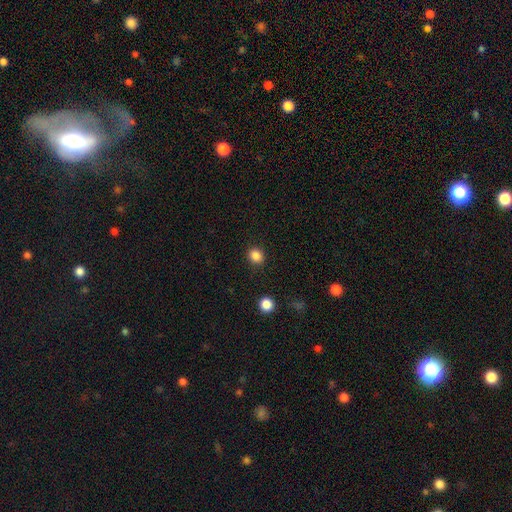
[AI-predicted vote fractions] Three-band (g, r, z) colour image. It shows a smooth galaxy with no disk features (86%) that is round (68%). Merging: none (88%).